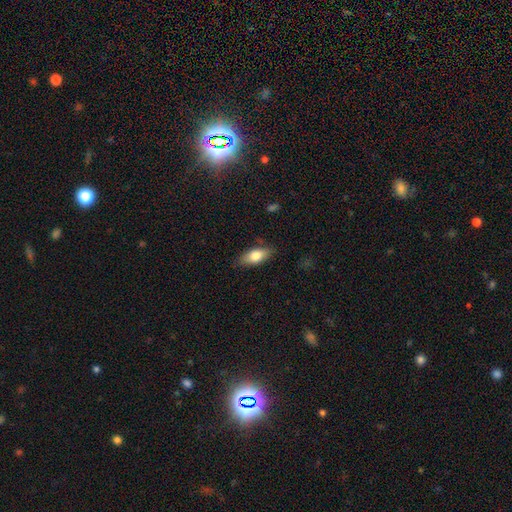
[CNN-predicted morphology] Q: Smooth or featured?
A: smooth (75%); runner-up: featured or disk (19%)
Q: How rounded?
A: in between (82%); runner-up: cigar-shaped (14%)
Q: Merging?
A: none (82%); runner-up: minor disturbance (14%)